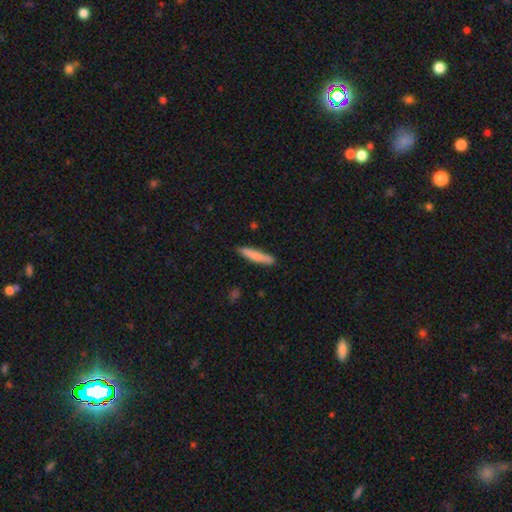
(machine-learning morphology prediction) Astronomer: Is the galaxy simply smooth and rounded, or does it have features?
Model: smooth — 77%.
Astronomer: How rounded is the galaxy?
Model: cigar-shaped — 91%.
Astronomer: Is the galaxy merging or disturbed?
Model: none — 86%.